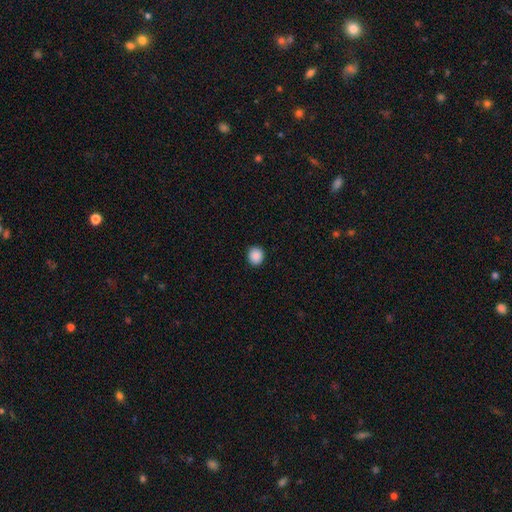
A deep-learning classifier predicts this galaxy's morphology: Smooth or featured? Predicted: smooth (p=0.89). How rounded? Predicted: round (p=0.78). Merging? Predicted: none (p=0.91).